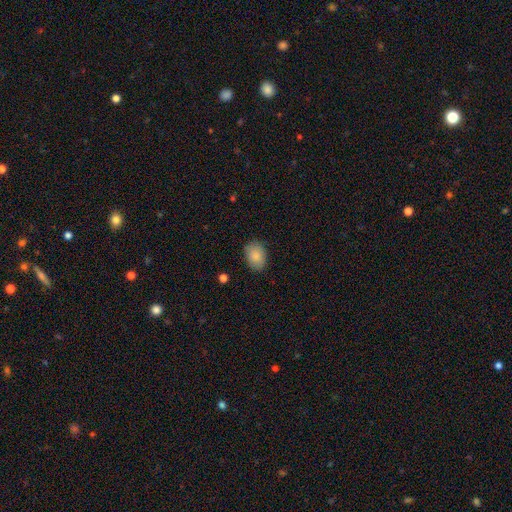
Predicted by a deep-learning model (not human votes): This appears to be a smooth galaxy with no disk features (85%) that is in between round and cigar-shaped (81%). Merging: none (83%).